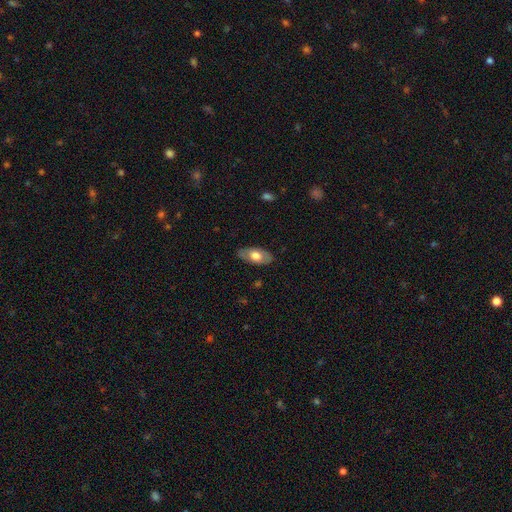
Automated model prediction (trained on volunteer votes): This is likely a smooth galaxy (61%). How rounded: clearly in between (91%). Merging: clearly none (82%).